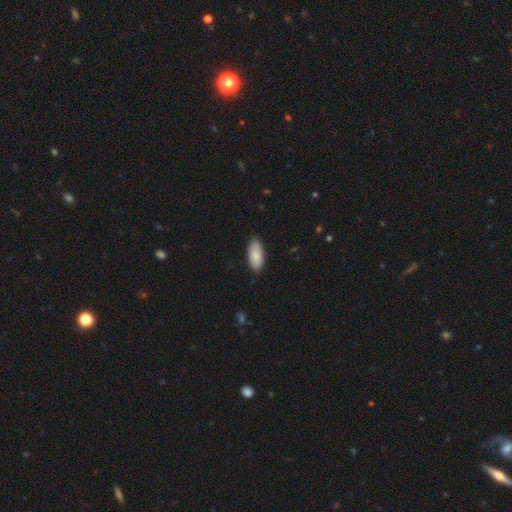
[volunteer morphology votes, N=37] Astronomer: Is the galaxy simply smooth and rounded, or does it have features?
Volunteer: smooth — 92%.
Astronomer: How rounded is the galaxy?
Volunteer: in between — 79%.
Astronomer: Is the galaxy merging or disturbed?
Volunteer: none — 89%.